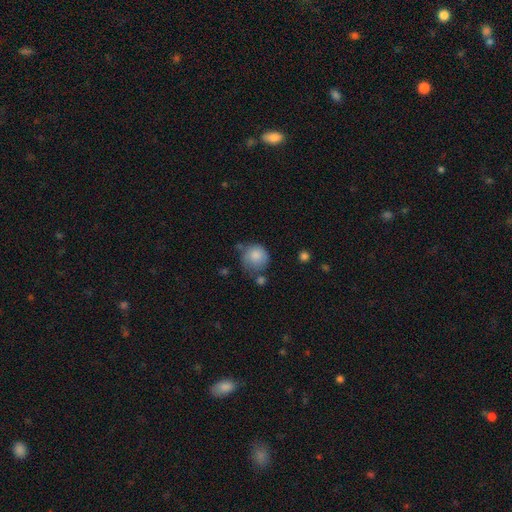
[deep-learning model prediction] Overall: smooth (83%). How rounded: round (88%). Merging: none (54%; minor disturbance 26%).